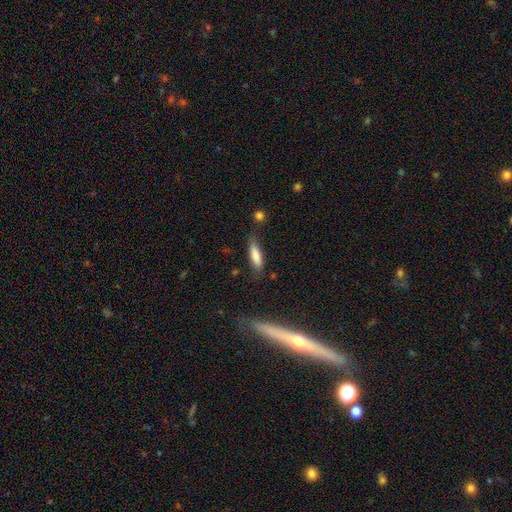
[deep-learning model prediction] A smooth galaxy with no disk features (81%) that is cigar-shaped (58%). Merging: none (68%).